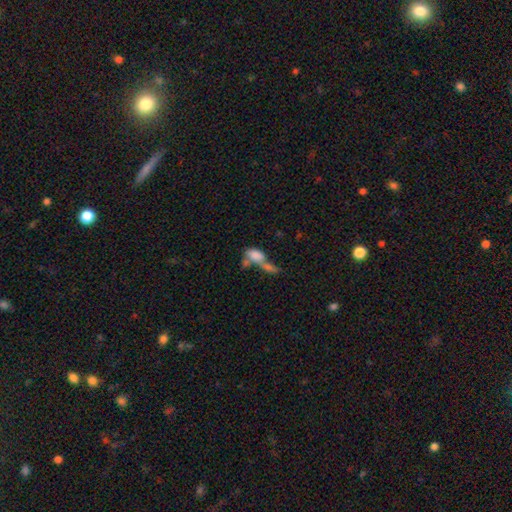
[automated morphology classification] Q: Smooth or featured?
A: smooth (69%); runner-up: featured or disk (20%)
Q: How rounded?
A: in between (82%); runner-up: round (9%)
Q: Merging?
A: merger (65%); runner-up: none (14%)